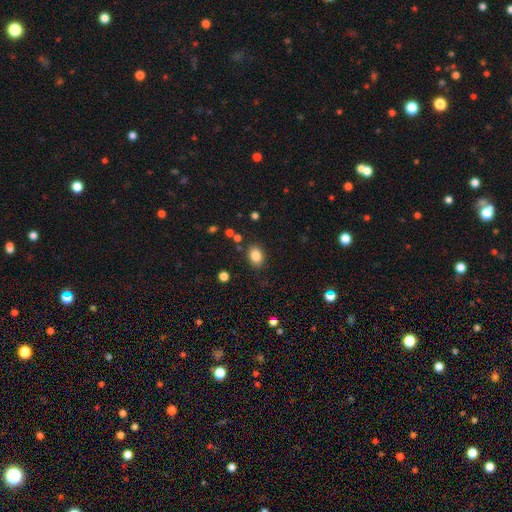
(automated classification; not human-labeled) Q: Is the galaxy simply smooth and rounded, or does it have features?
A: smooth — 84%.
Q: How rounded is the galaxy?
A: in between — 69%.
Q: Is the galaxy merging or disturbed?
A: none — 84%.